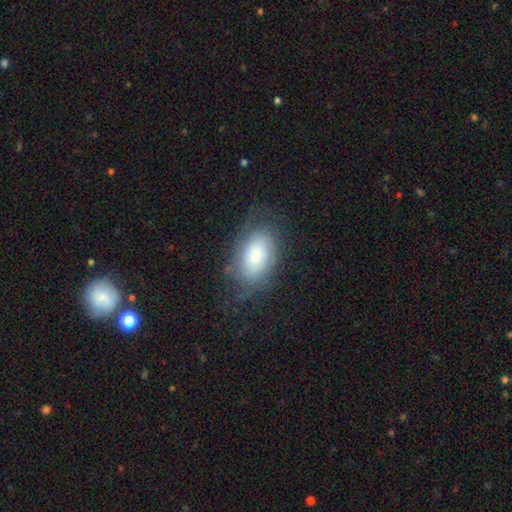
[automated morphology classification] Smooth or featured? smooth (53%)
How rounded? in between (89%)
Merging? none (61%)